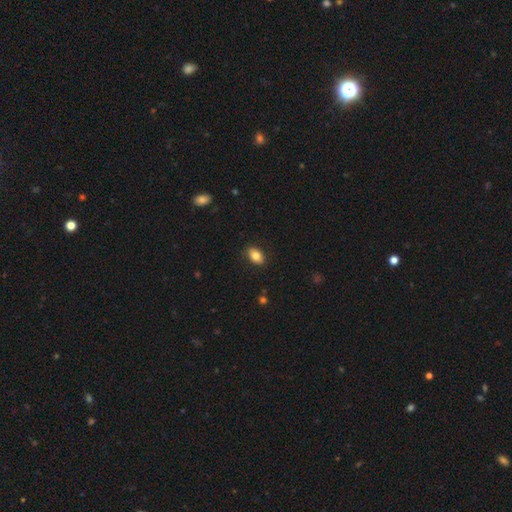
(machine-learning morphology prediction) type=smooth (81%); roundness=in between (88%); merging=none (87%).